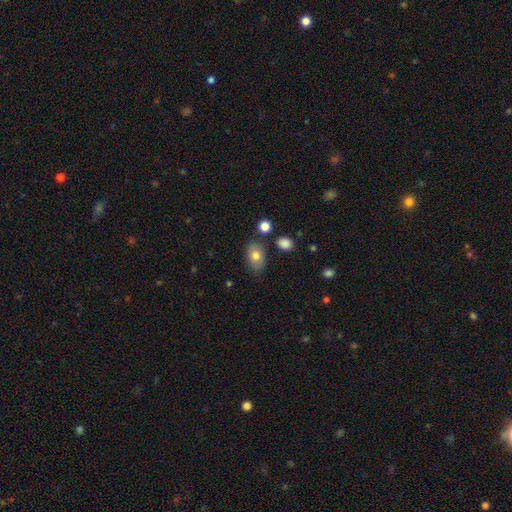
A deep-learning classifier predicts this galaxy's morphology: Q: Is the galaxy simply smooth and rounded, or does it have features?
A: smooth — 78%.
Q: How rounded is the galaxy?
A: in between — 81%.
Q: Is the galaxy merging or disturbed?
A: none — 75%.